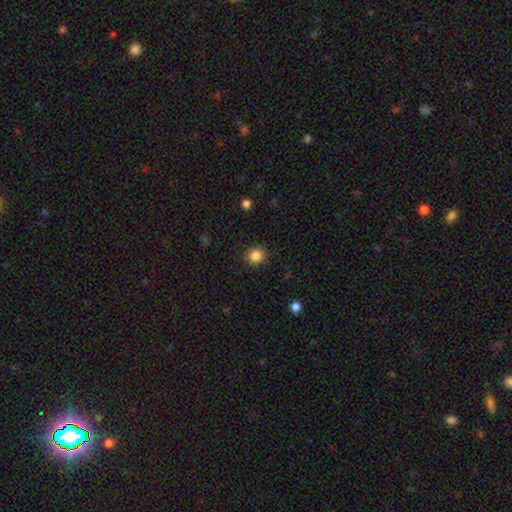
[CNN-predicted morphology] This is clearly a smooth galaxy (85%). How rounded: clearly round (88%). Merging: clearly none (89%).